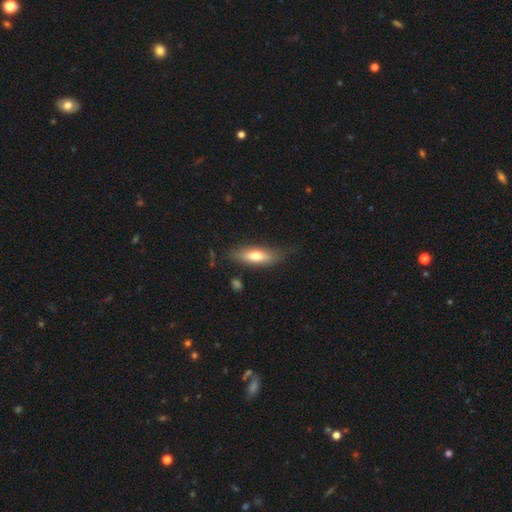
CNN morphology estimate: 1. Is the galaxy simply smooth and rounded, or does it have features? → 64% smooth, 30% featured or disk, 6% star or artifact.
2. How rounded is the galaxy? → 53% in between, 44% cigar-shaped, 3% round.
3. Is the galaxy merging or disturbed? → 73% none, 19% minor disturbance, 5% major disturbance, 2% merger.